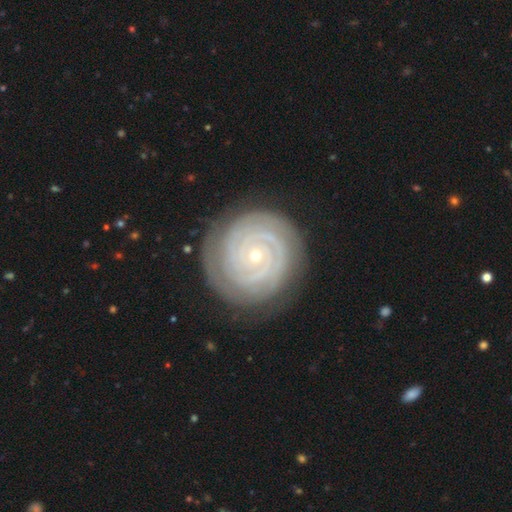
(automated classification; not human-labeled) Morphology: type=featured or disk (90%); edge-on=no (98%); bar=no (78%); spiral arms=yes (98%); winding=tight (91%); arm count=2 (42%); bulge=small (80%); merging=none (85%).